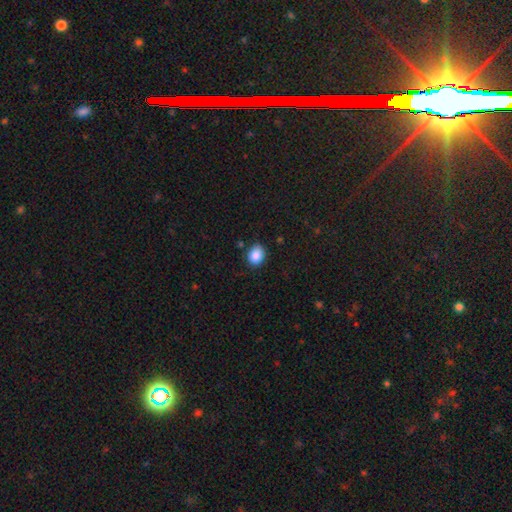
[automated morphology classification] smooth 87%, star or artifact 9%, featured or disk 4%. Down the decision tree: how rounded — in between (52%); merging — none (85%).